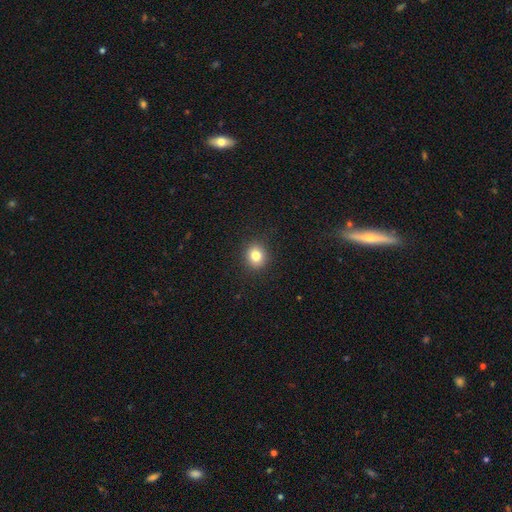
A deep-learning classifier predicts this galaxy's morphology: This is clearly a smooth galaxy (82%). How rounded: likely round (78%). Merging: clearly none (91%).